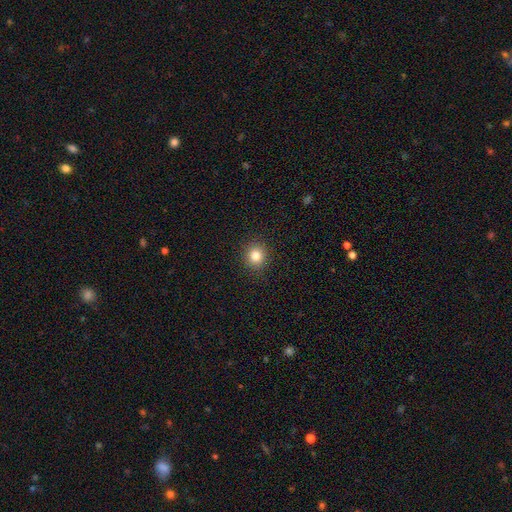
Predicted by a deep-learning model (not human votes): Morphology: type=smooth (82%); roundness=round (88%); merging=none (91%).